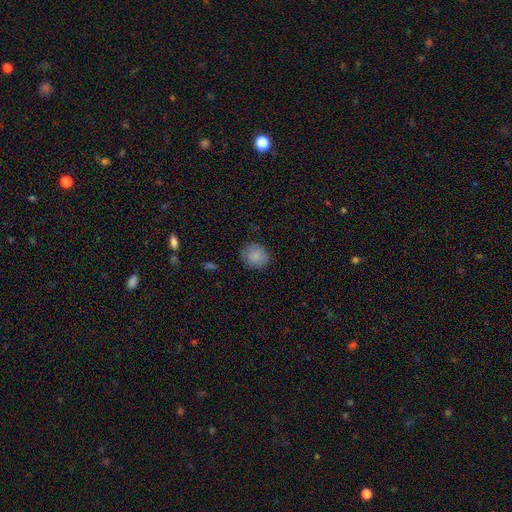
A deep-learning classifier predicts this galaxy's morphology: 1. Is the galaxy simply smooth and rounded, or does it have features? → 86% smooth, 9% star or artifact, 6% featured or disk.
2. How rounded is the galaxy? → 86% round, 13% in between, 1% cigar-shaped.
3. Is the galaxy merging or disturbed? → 86% none, 10% minor disturbance, 3% major disturbance, 1% merger.